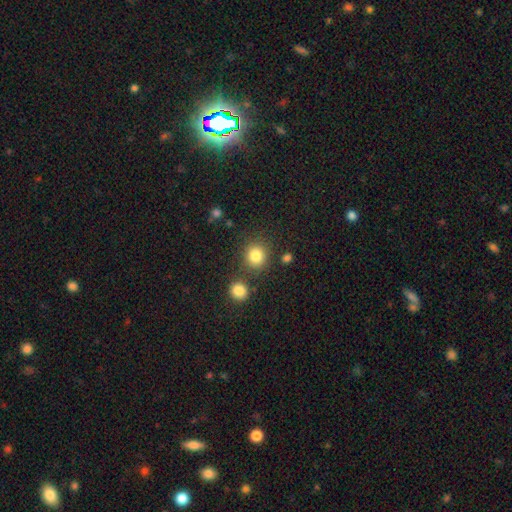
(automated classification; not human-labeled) Smooth or featured: smooth — 83% (star or artifact — 11%)
How rounded: round — 85% (in between — 14%)
Merging: none — 77% (merger — 10%)